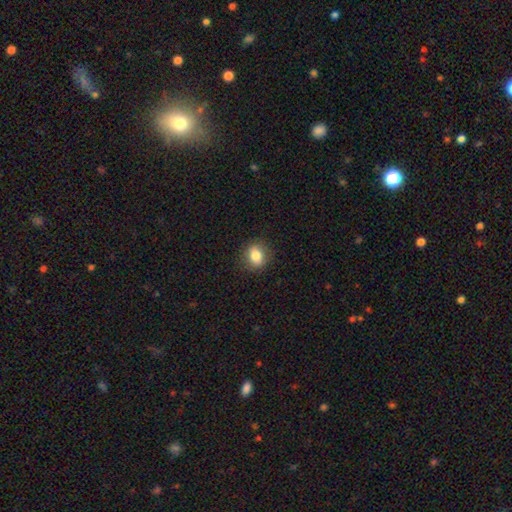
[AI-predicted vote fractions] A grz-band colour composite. It shows a smooth galaxy with no disk features (80%) that is round (53%). Merging: none (87%).